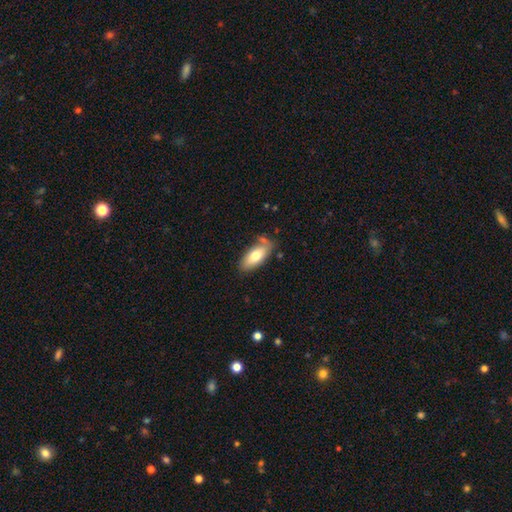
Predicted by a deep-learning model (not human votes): Q: Smooth or featured?
A: smooth (72%); runner-up: featured or disk (22%)
Q: How rounded?
A: in between (86%); runner-up: cigar-shaped (12%)
Q: Merging?
A: none (70%); runner-up: minor disturbance (19%)